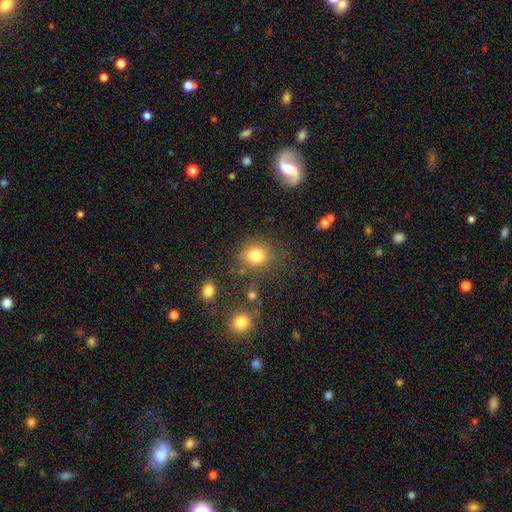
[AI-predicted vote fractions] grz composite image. It shows a smooth galaxy with no disk features (81%) that is round (75%). Merging: none (74%).